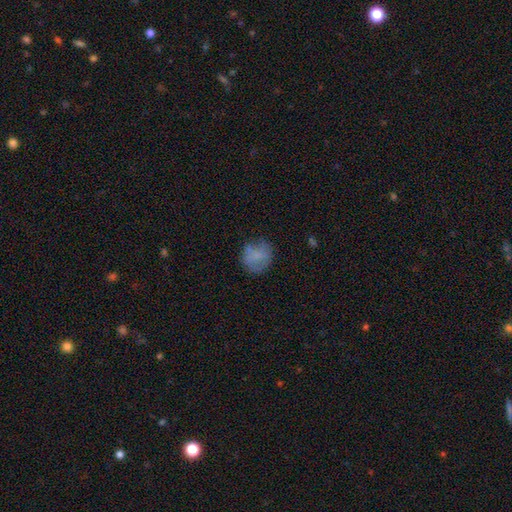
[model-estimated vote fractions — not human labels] smooth-or-featured: smooth: 68% | featured or disk: 22% | star or artifact: 9%
  how-rounded: round: 84% | in between: 15% | cigar-shaped: 1%
  merging: none: 66% | minor disturbance: 22% | major disturbance: 10% | merger: 2%